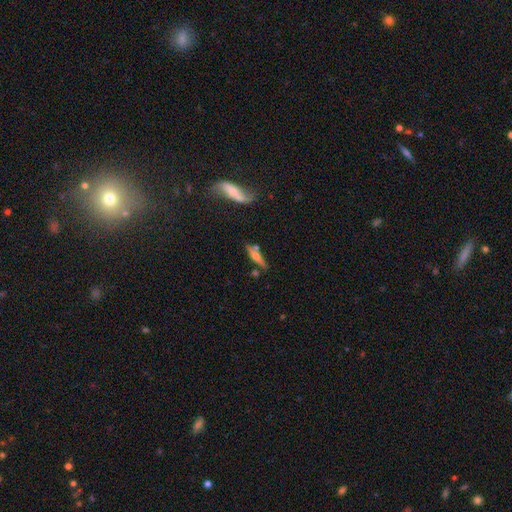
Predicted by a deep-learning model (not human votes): smooth_or_featured: featured or disk (p=0.54) [alt: smooth p=0.38]
disk_edge_on: yes (p=0.89) [alt: no p=0.11]
merging: none (p=0.68) [alt: minor disturbance p=0.16]